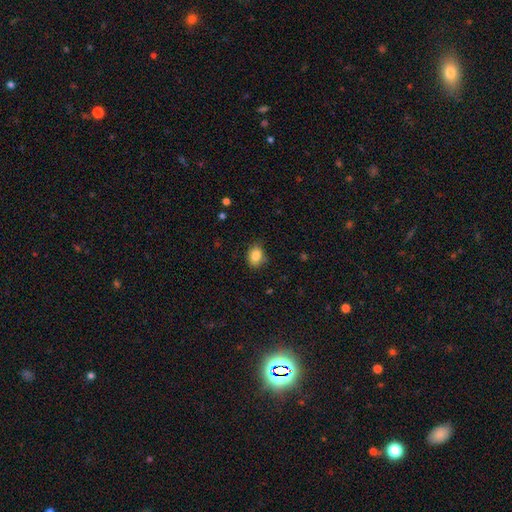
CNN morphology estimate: This appears to be a smooth galaxy with no disk features (85%) that is in between round and cigar-shaped (61%). Merging: none (79%).